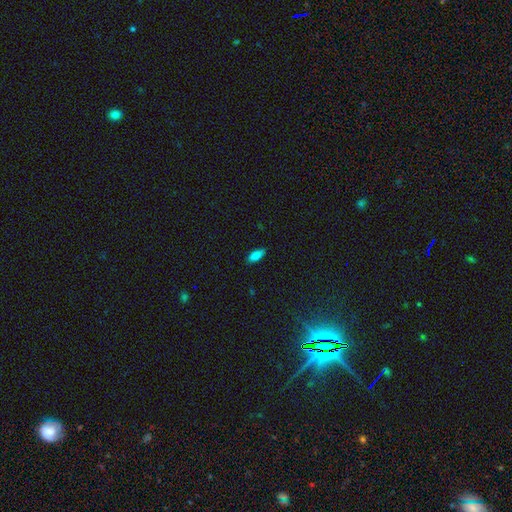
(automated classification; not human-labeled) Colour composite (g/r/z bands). It shows a smooth galaxy with no disk features (84%) that is in between round and cigar-shaped (86%). Merging: none (84%).